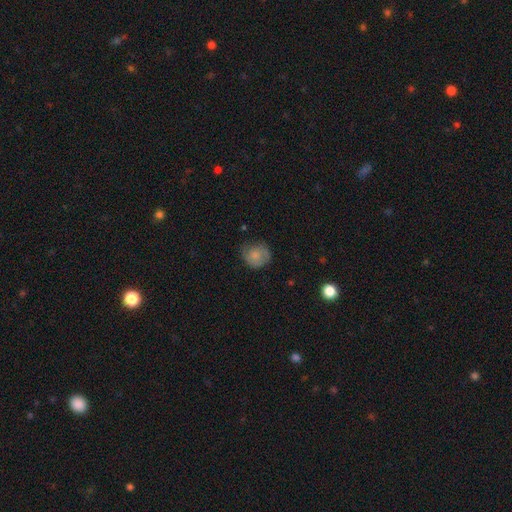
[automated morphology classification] Smooth or featured? Predicted: smooth (p=0.72). How rounded? Predicted: round (p=0.79). Merging? Predicted: none (p=0.61).